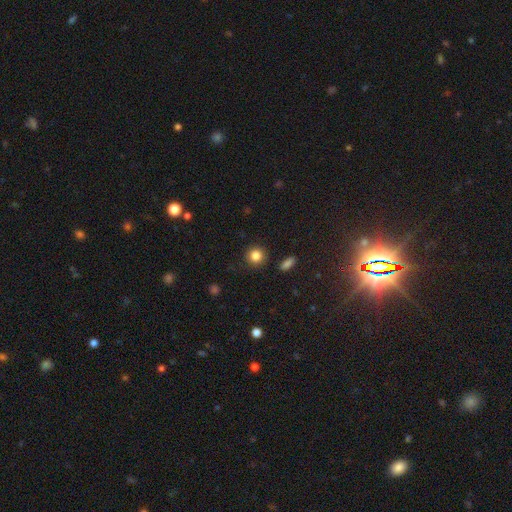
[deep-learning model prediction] The model was most divided on "smooth or featured": smooth: 85%, star or artifact: 10%, featured or disk: 5%. More confident: how rounded — round (91%); merging — none (88%).